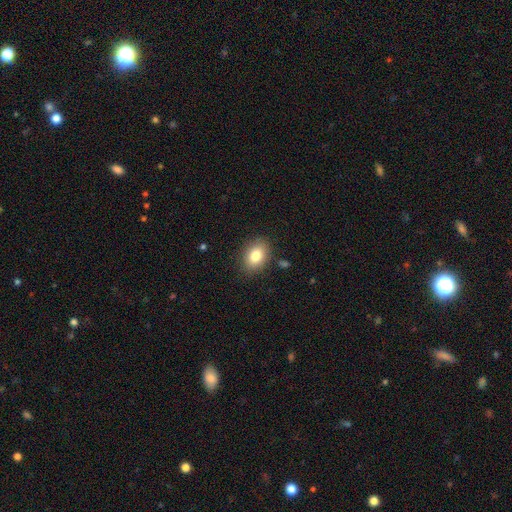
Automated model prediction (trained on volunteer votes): The model was most divided on "how rounded": in between: 74%, round: 25%, cigar-shaped: 1%. More confident: merging — none (85%); smooth or featured — smooth (81%).